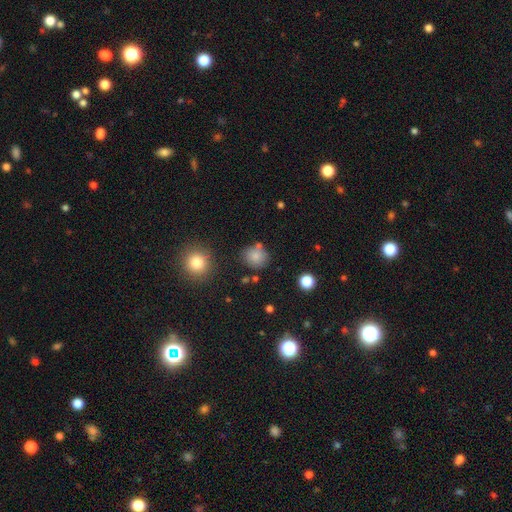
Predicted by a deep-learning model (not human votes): This appears to be a smooth galaxy with no disk features (83%) that is round (83%). Merging: none (76%).